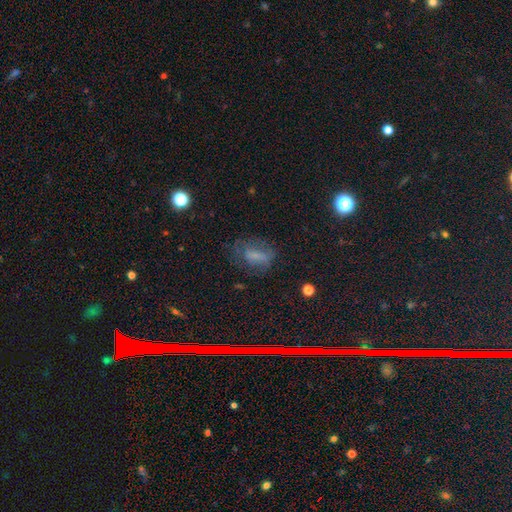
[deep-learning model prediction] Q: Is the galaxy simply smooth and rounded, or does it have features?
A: smooth — 52%.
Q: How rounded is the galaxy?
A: in between — 73%.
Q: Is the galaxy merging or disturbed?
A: none — 55%.